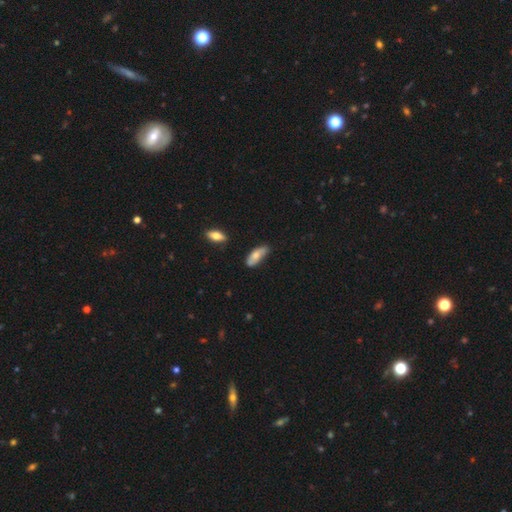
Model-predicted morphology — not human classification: Smooth or featured?
  - smooth: 65% *
  - featured or disk: 28%
  - star or artifact: 6%
How rounded?
  - in between: 80% *
  - cigar-shaped: 17%
  - round: 2%
Merging?
  - none: 61% *
  - minor disturbance: 30%
  - major disturbance: 5%
  - merger: 3%